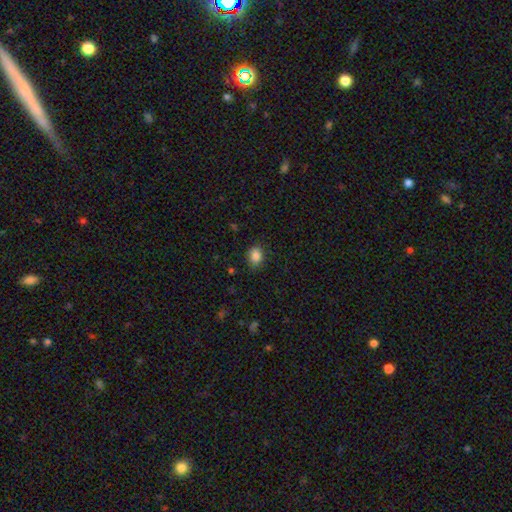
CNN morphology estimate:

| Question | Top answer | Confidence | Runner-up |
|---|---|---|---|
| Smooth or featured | smooth | 86% | star or artifact (10%) |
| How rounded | in between | 56% | round (43%) |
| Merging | none | 83% | minor disturbance (13%) |